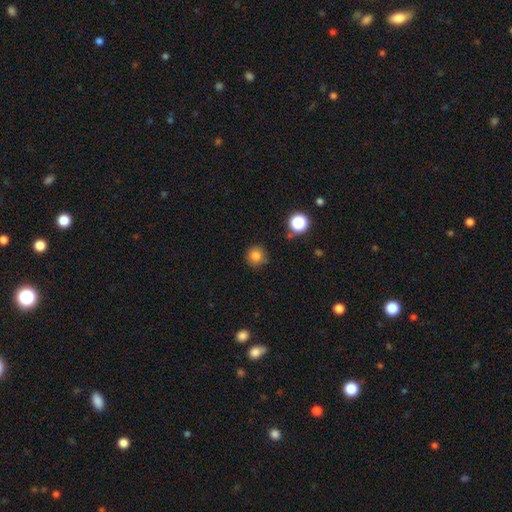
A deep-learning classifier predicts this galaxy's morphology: Smooth or featured?
  - smooth: 81% *
  - star or artifact: 13%
  - featured or disk: 6%
How rounded?
  - round: 95% *
  - in between: 5%
  - cigar-shaped: 1%
Merging?
  - none: 87% *
  - minor disturbance: 9%
  - major disturbance: 2%
  - merger: 2%